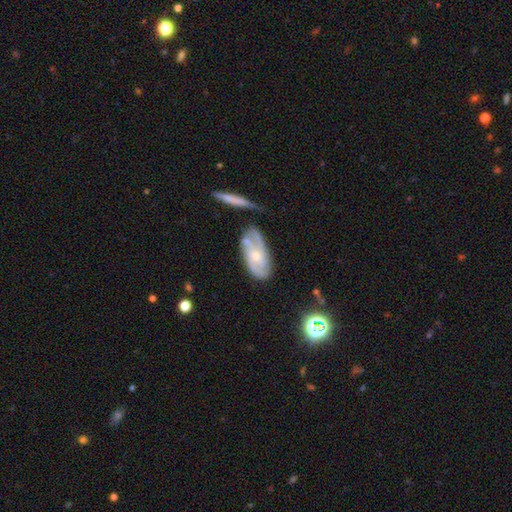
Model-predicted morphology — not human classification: Smooth or featured? featured or disk (76%)
Edge-on disk? no (93%)
Bar? no (60%)
Spiral arms? yes (92%)
Spiral winding? medium (45%)
Spiral arm count? 2 (43%)
Bulge size? small (62%)
Merging? none (57%)